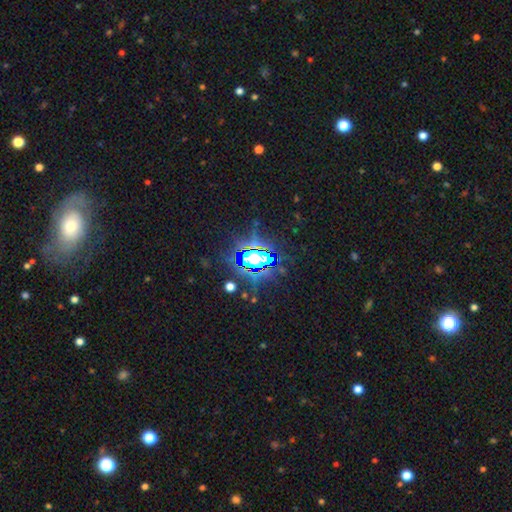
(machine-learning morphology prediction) This is clearly a star or artifact rather than a galaxy (82%).